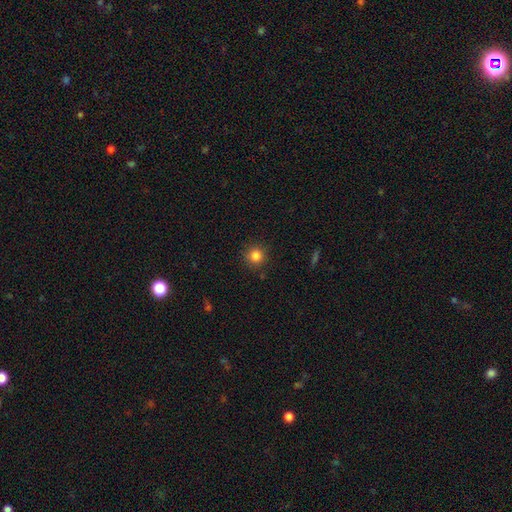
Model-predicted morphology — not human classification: A smooth galaxy with no disk features (84%) that is round (94%). Merging: none (89%).